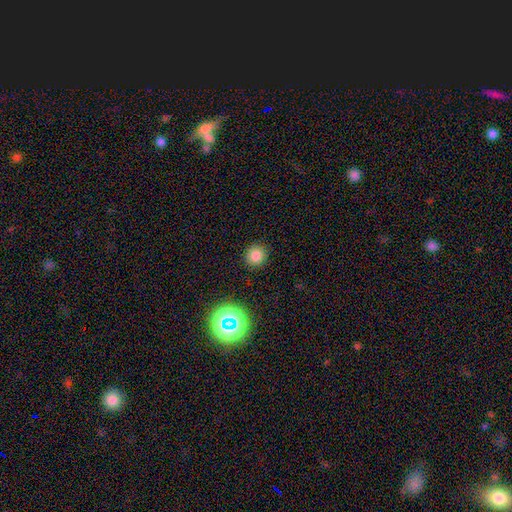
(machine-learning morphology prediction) smooth-or-featured: smooth: 79% | star or artifact: 16% | featured or disk: 5%
  how-rounded: round: 89% | in between: 10% | cigar-shaped: 1%
  merging: none: 90% | minor disturbance: 6% | major disturbance: 2% | merger: 1%